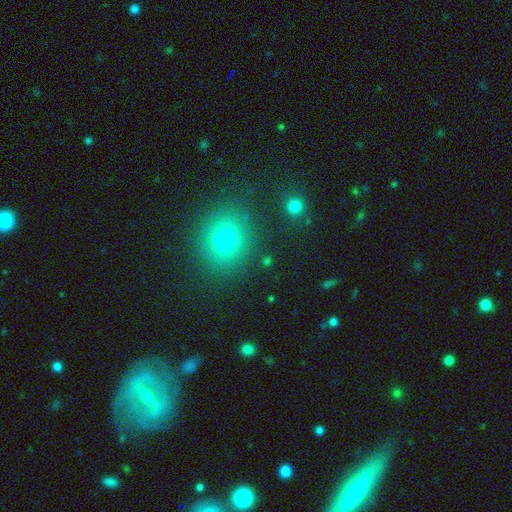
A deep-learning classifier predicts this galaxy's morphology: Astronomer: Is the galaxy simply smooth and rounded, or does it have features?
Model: smooth — 60%.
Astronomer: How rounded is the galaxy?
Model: round — 81%.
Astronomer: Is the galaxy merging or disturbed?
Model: none — 88%.